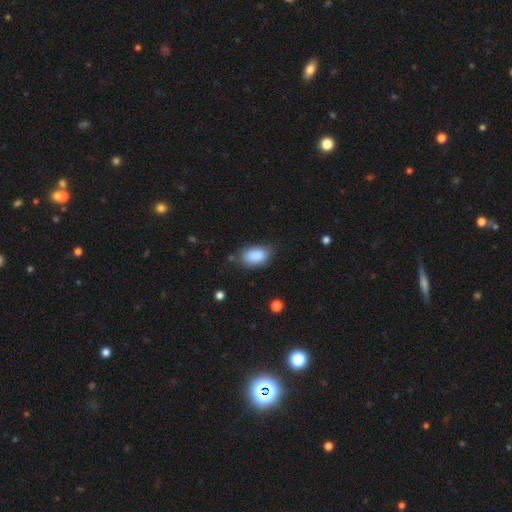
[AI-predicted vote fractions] Smooth or featured? smooth (88%)
How rounded? in between (91%)
Merging? none (71%)